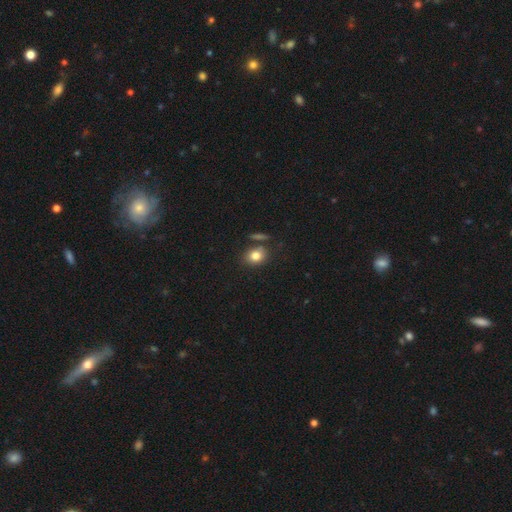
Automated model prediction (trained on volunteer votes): smooth-or-featured: smooth: 81% | star or artifact: 10% | featured or disk: 9%
  how-rounded: in between: 54% | round: 44% | cigar-shaped: 1%
  merging: none: 70% | minor disturbance: 14% | merger: 12% | major disturbance: 4%